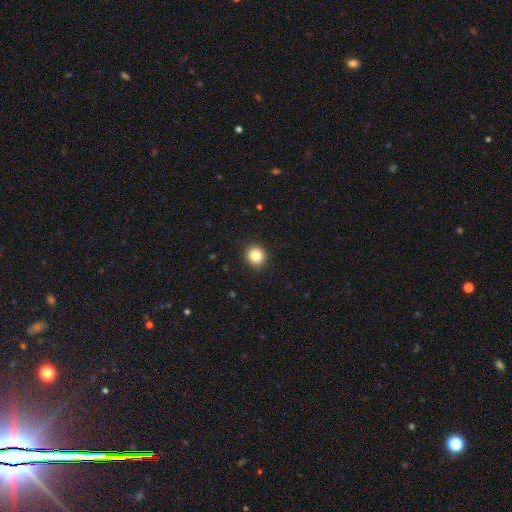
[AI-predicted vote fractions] Smooth or featured?
  - smooth: 85% *
  - star or artifact: 10%
  - featured or disk: 5%
How rounded?
  - round: 89% *
  - in between: 10%
  - cigar-shaped: 1%
Merging?
  - none: 91% *
  - minor disturbance: 6%
  - major disturbance: 2%
  - merger: 1%